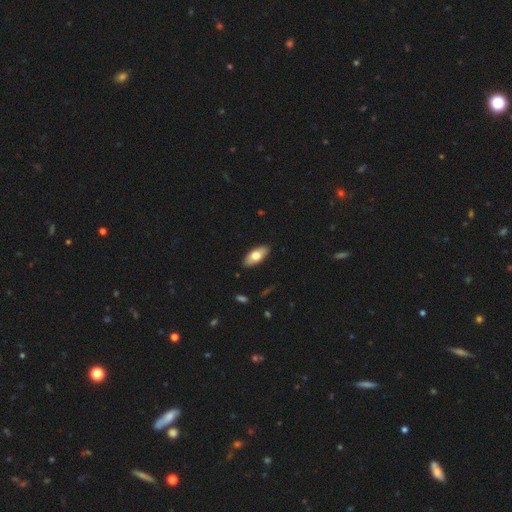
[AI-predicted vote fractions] Morphology: type=smooth (71%); roundness=in between (88%); merging=none (89%).